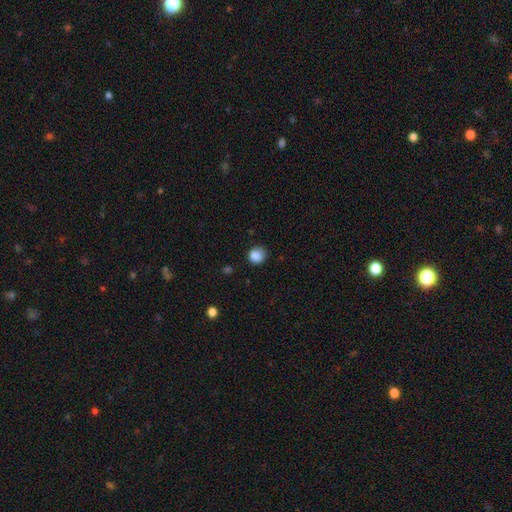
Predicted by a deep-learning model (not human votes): Q: Smooth or featured?
A: smooth (87%); runner-up: star or artifact (10%)
Q: How rounded?
A: round (86%); runner-up: in between (13%)
Q: Merging?
A: none (77%); runner-up: minor disturbance (18%)